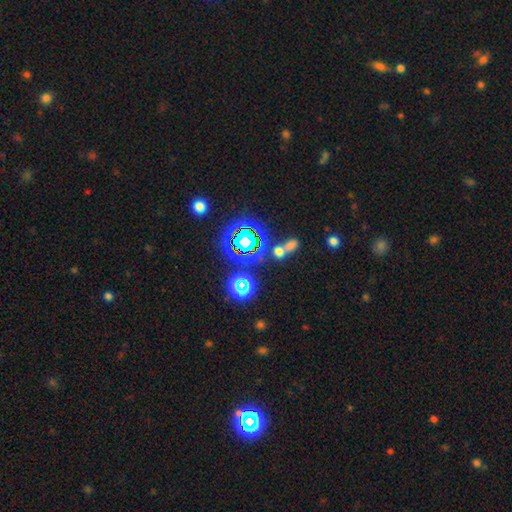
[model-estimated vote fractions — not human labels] star or artifact 74%, smooth 17%, featured or disk 9%.